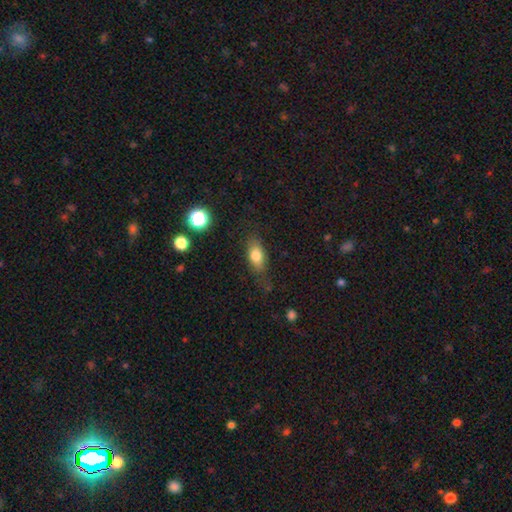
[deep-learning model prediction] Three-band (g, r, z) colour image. It shows a smooth galaxy with no disk features (76%) that is in between round and cigar-shaped (80%). Merging: none (73%).